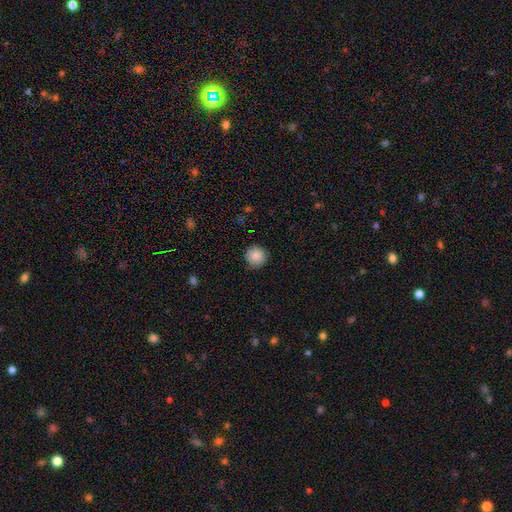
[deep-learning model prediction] Q: Smooth or featured?
A: smooth (86%); runner-up: star or artifact (9%)
Q: How rounded?
A: round (95%); runner-up: in between (4%)
Q: Merging?
A: none (84%); runner-up: minor disturbance (12%)